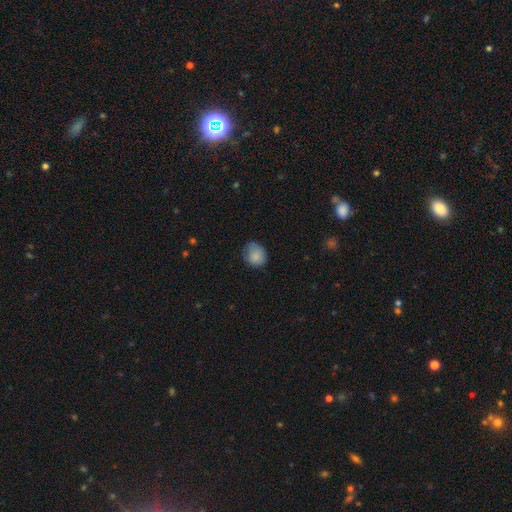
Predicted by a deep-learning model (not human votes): smooth_or_featured: smooth (p=0.84) [alt: star or artifact p=0.09]
how_rounded: round (p=0.72) [alt: in between p=0.27]
merging: none (p=0.61) [alt: minor disturbance p=0.30]